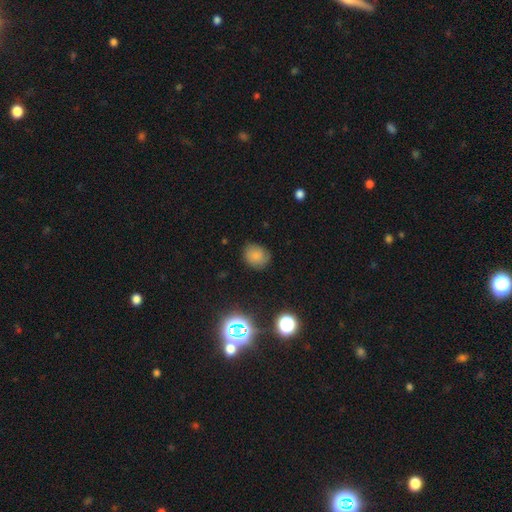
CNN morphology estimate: smooth-or-featured: smooth: 73% | star or artifact: 16% | featured or disk: 11%
  how-rounded: round: 69% | in between: 30% | cigar-shaped: 1%
  merging: none: 78% | minor disturbance: 16% | major disturbance: 4% | merger: 1%